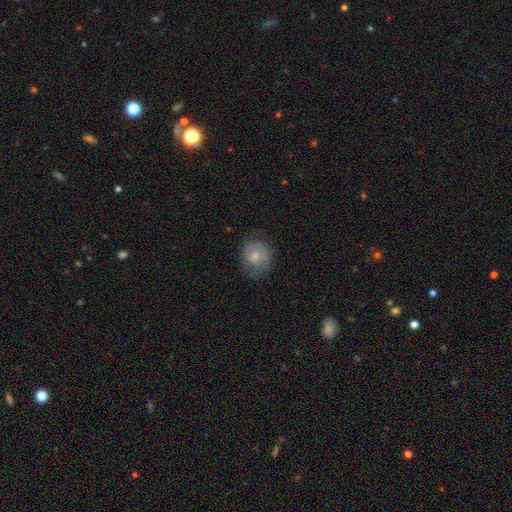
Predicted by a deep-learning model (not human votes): Smooth or featured: smooth — 60% (featured or disk — 33%)
How rounded: round — 76% (in between — 23%)
Merging: none — 69% (minor disturbance — 21%)